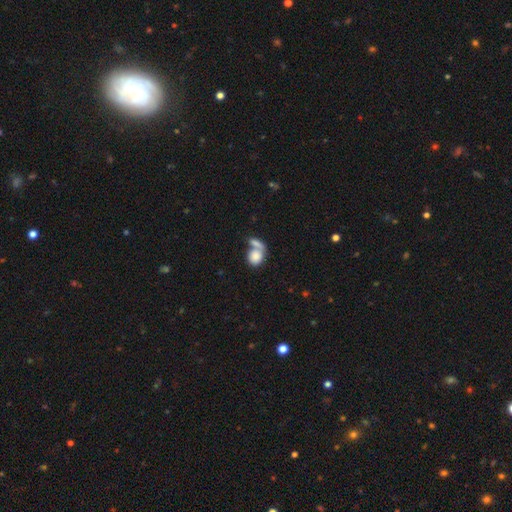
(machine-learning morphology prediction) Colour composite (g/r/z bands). It shows a smooth galaxy with no disk features (81%) that is round (60%). Merging: merger (56%).